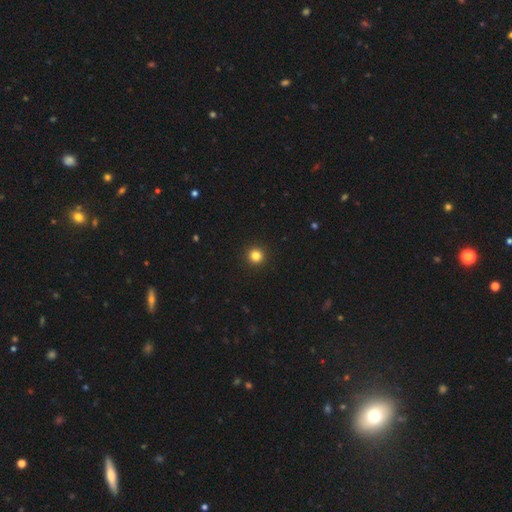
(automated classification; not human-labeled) smooth 83%, star or artifact 13%, featured or disk 4%. Down the decision tree: how rounded — round (96%); merging — none (94%).